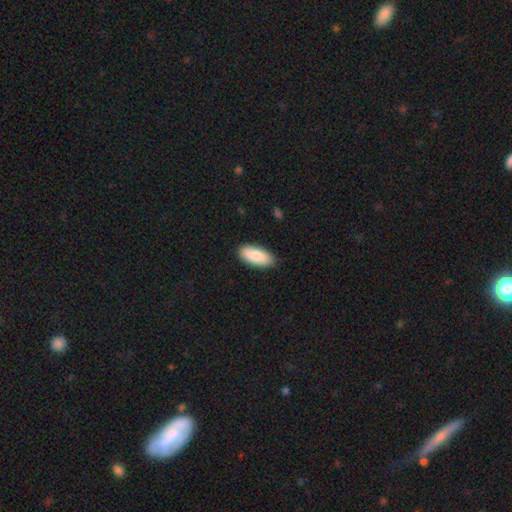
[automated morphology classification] smooth-or-featured: smooth: 86% | featured or disk: 8% | star or artifact: 6%
  how-rounded: in between: 84% | cigar-shaped: 14% | round: 2%
  merging: none: 86% | minor disturbance: 11% | major disturbance: 2% | merger: 1%